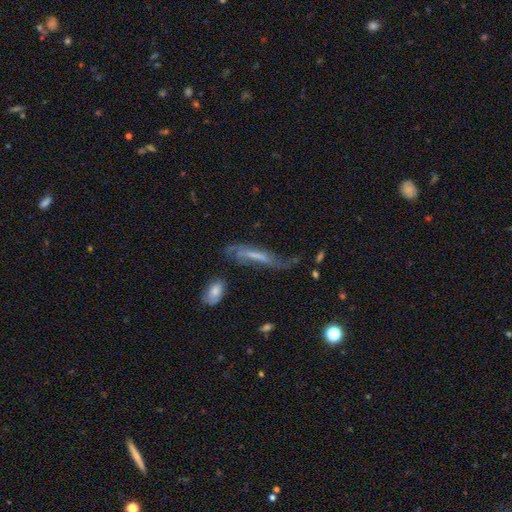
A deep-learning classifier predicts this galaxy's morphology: type=featured or disk (59%); edge-on=no (58%); merging=none (45%).